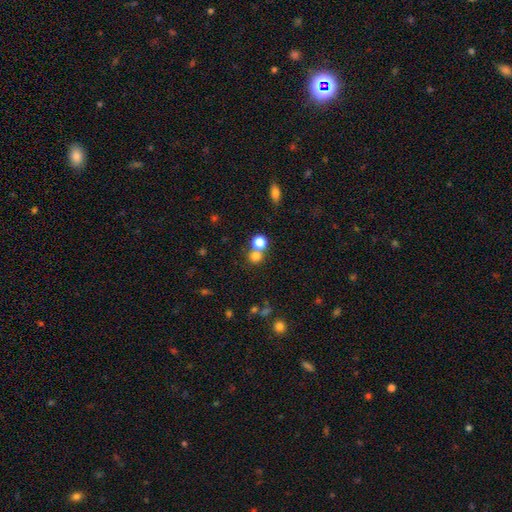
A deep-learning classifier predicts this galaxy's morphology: A smooth galaxy with no disk features (76%) that is round (87%).

Vote fractions:
- Smooth or featured? smooth: 76% / star or artifact: 16% / featured or disk: 7%
- How rounded? round: 87% / in between: 12% / cigar-shaped: 1%
- Merging? none: 56% / merger: 35% / minor disturbance: 6% / major disturbance: 3%